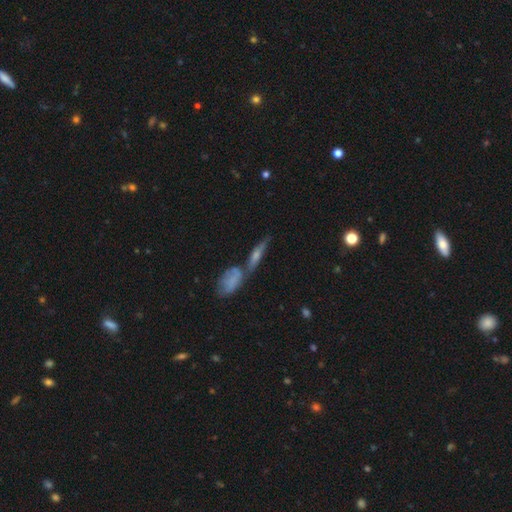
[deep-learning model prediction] Morphology: type=featured or disk (58%); edge-on=yes (74%); merging=none (45%).